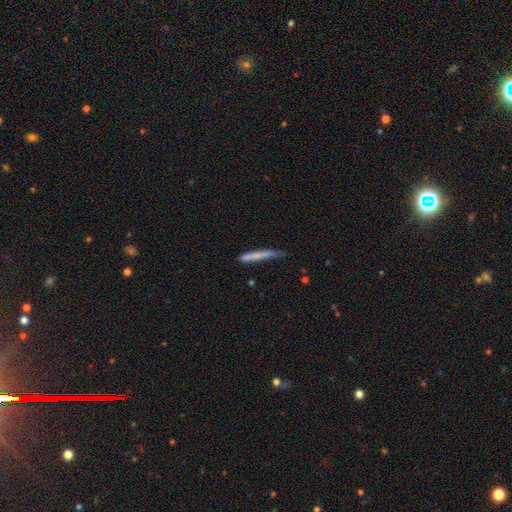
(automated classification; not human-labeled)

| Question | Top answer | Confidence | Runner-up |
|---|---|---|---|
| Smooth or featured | smooth | 68% | featured or disk (25%) |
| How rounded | cigar-shaped | 96% | in between (3%) |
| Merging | none | 67% | minor disturbance (24%) |